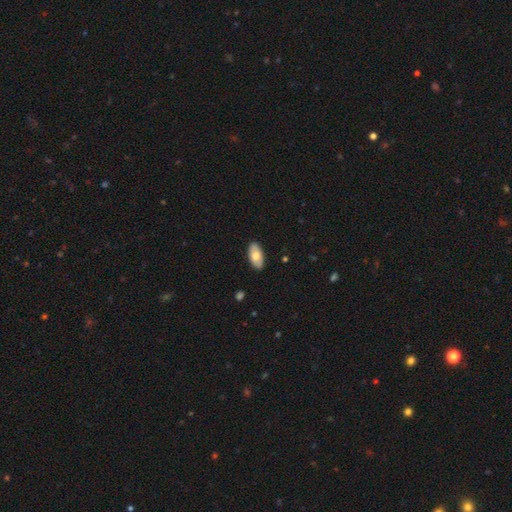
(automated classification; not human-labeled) A smooth galaxy with no disk features (68%) that is in between round and cigar-shaped (94%).

Vote fractions:
- Smooth or featured? smooth: 68% / featured or disk: 27% / star or artifact: 6%
- How rounded? in between: 94% / cigar-shaped: 4% / round: 3%
- Merging? none: 88% / minor disturbance: 9% / major disturbance: 2% / merger: 1%